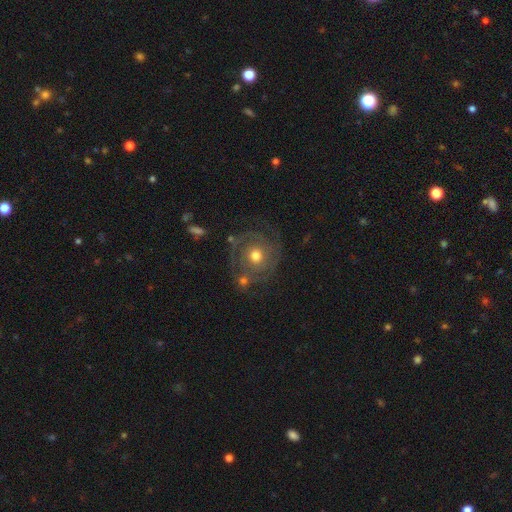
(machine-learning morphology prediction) A featured or disk galaxy (75%) with no bar (85%), 2 (38%) tight (64%) spiral arms (85%) and a moderate central bulge (74%).

Vote fractions:
- Smooth or featured? featured or disk: 75% / smooth: 17% / star or artifact: 7%
- Edge-on disk? no: 98% / yes: 2%
- Bar? no: 85% / weak: 12% / strong: 3%
- Spiral arms? yes: 85% / no: 15%
- Spiral winding? tight: 64% / medium: 26% / loose: 10%
- Spiral arm count? 2: 38% / can't tell: 28% / 3: 15% / 1: 8% / 4: 6% / more than 4: 5%
- Bulge size? moderate: 74% / small: 16% / large: 7% / dominant: 1% / none: 1%
- Merging? none: 67% / minor disturbance: 16% / major disturbance: 12% / merger: 5%